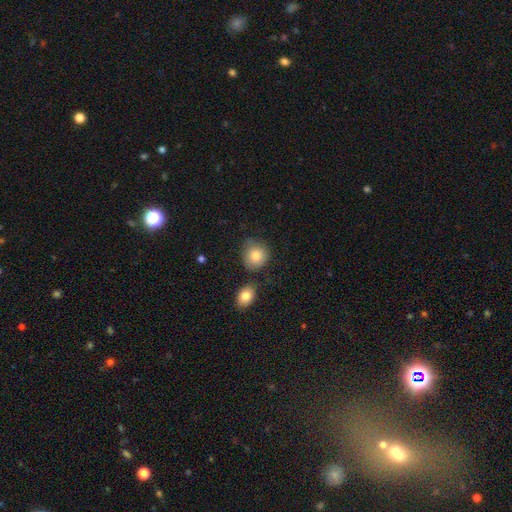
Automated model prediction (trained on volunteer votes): smooth_or_featured: smooth (p=0.82) [alt: featured or disk p=0.10]
how_rounded: round (p=0.82) [alt: in between p=0.17]
merging: none (p=0.70) [alt: minor disturbance p=0.17]